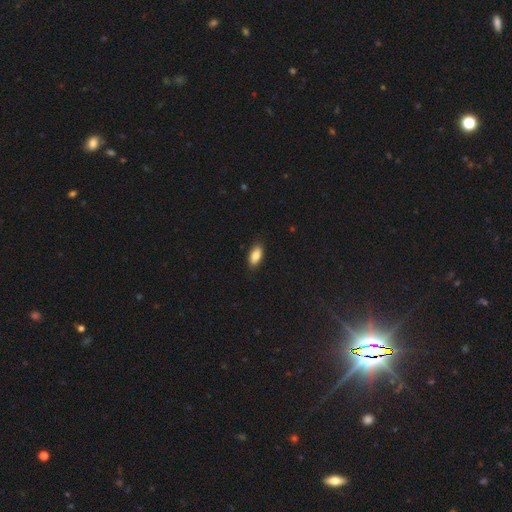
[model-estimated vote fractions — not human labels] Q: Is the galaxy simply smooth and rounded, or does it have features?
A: smooth — 87%.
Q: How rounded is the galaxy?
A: in between — 91%.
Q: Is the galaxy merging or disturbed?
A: none — 87%.